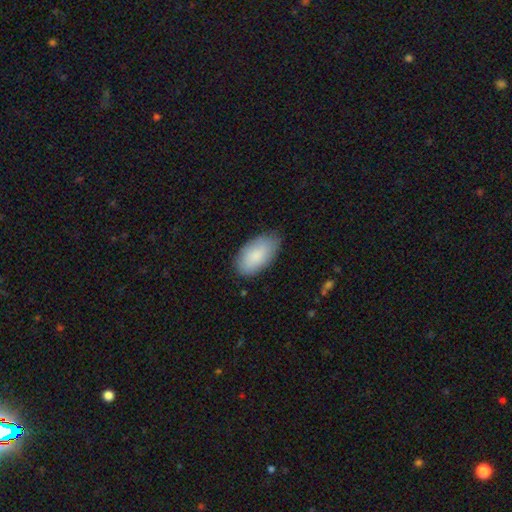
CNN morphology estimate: Smooth or featured? smooth (86%)
How rounded? in between (95%)
Merging? none (80%)